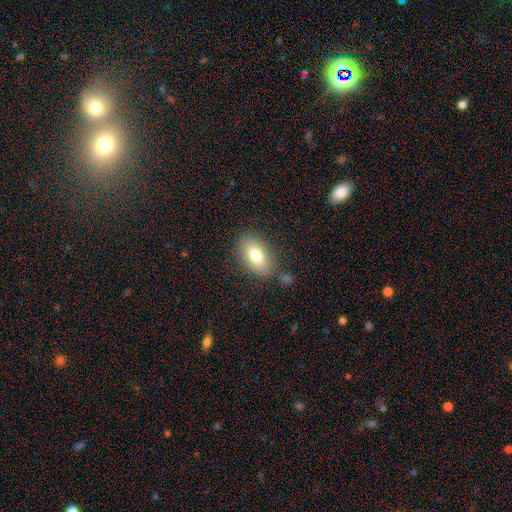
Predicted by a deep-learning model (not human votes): This appears to be a smooth galaxy with no disk features (76%) that is in between round and cigar-shaped (90%). Merging: none (79%).